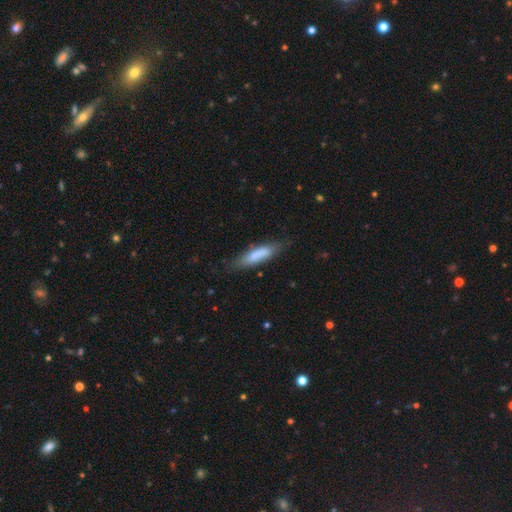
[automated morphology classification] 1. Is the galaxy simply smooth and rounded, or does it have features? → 78% smooth, 16% featured or disk, 6% star or artifact.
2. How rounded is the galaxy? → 68% cigar-shaped, 31% in between, 1% round.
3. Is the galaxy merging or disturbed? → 74% none, 20% minor disturbance, 4% major disturbance, 2% merger.